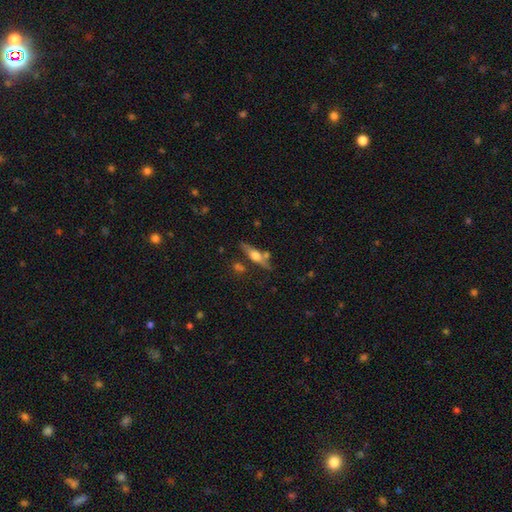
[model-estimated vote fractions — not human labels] This appears to be a featured or disk galaxy (54%) viewed edge-on (89%). Merging: none (68%).